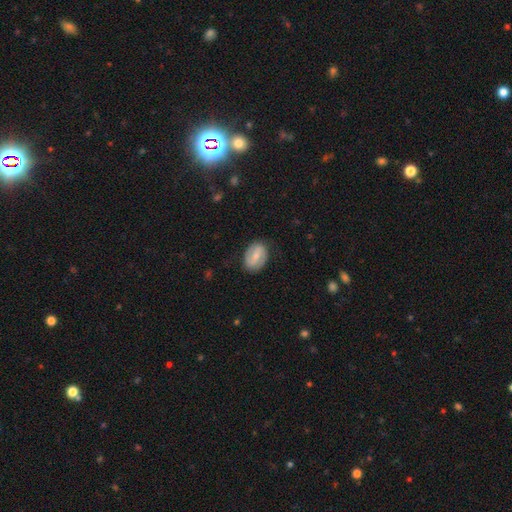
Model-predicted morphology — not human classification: smooth-or-featured: featured or disk: 60% | smooth: 35% | star or artifact: 6%
  disk-edge-on: no: 96% | yes: 4%
    bar: weak: 44% | strong: 39% | no: 17%
    has-spiral-arms: yes: 77% | no: 23%
    bulge-size: small: 54% | moderate: 39% | none: 4% | large: 2% | dominant: 1%
  merging: none: 82% | minor disturbance: 14% | major disturbance: 4% | merger: 1%